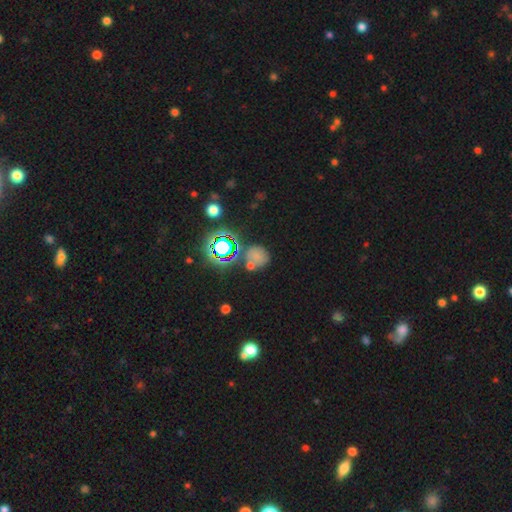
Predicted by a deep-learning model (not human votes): smooth_or_featured: smooth (p=0.57) [alt: star or artifact p=0.31]
how_rounded: round (p=0.80) [alt: in between p=0.19]
merging: none (p=0.58) [alt: merger p=0.20]